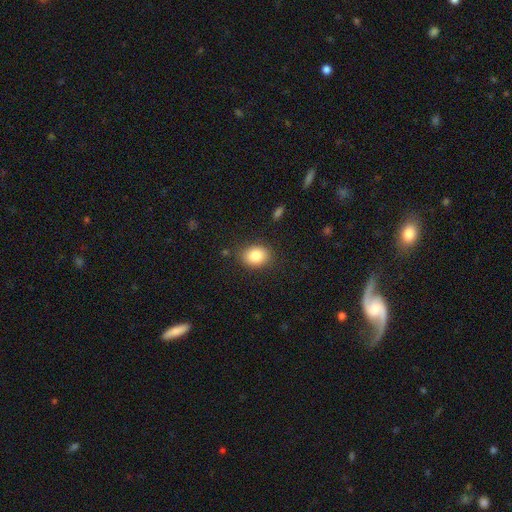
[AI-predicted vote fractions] smooth 84%, star or artifact 9%, featured or disk 8%. Down the decision tree: how rounded — in between (58%); merging — none (84%).